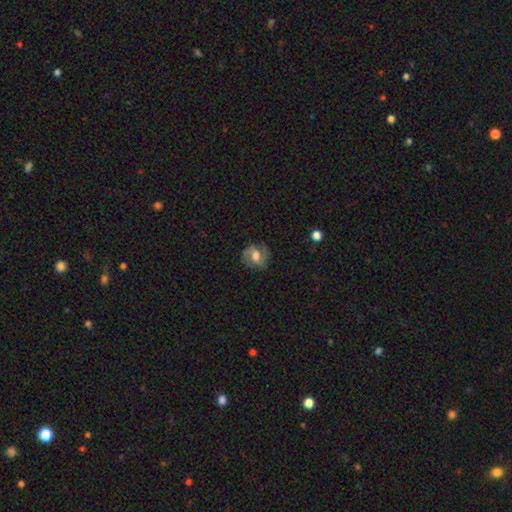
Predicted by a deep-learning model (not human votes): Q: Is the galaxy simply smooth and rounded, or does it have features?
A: featured or disk — 57%.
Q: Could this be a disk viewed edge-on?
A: no — 97%.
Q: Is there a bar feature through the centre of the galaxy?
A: weak — 45%.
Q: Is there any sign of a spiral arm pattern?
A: yes — 83%.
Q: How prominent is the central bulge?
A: moderate — 63%.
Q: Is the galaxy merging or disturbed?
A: none — 77%.